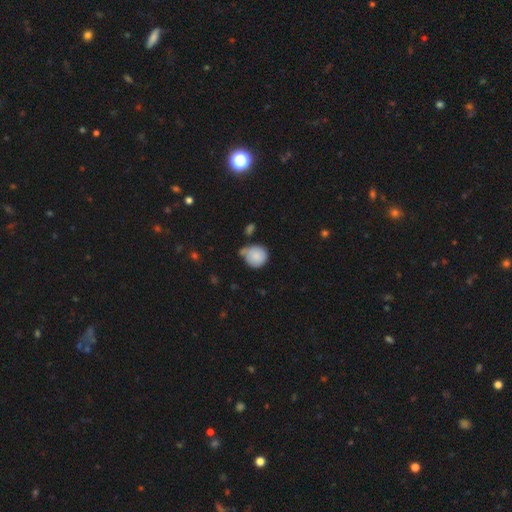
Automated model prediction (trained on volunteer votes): Smooth or featured? Predicted: smooth (p=0.83). How rounded? Predicted: round (p=0.86). Merging? Predicted: none (p=0.46).